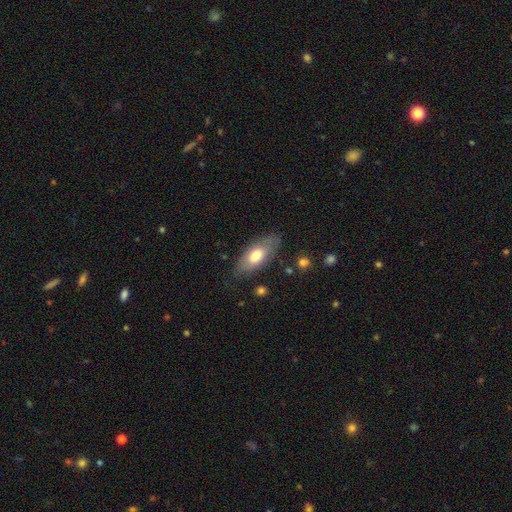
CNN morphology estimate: smooth-or-featured: smooth: 68% | featured or disk: 27% | star or artifact: 6%
  how-rounded: in between: 83% | cigar-shaped: 15% | round: 3%
  merging: none: 78% | minor disturbance: 16% | major disturbance: 4% | merger: 2%